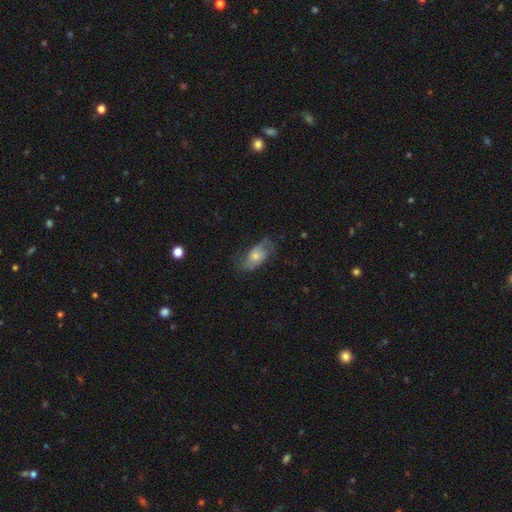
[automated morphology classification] Smooth or featured? featured or disk (47%)
Merging? none (54%)